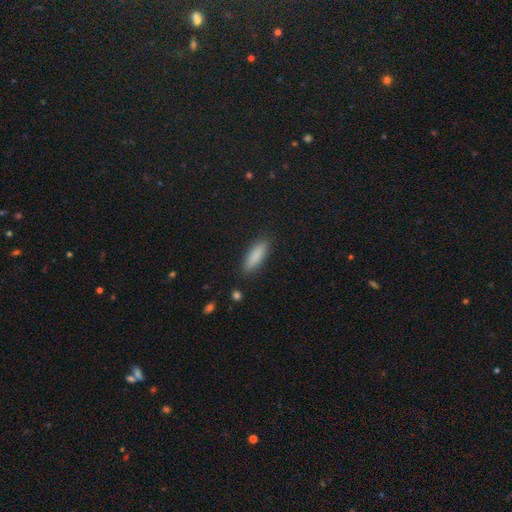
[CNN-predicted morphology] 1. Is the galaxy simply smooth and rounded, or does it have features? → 87% smooth, 7% featured or disk, 6% star or artifact.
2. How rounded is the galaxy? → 53% cigar-shaped, 45% in between, 2% round.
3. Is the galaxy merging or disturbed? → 89% none, 8% minor disturbance, 2% major disturbance, 1% merger.